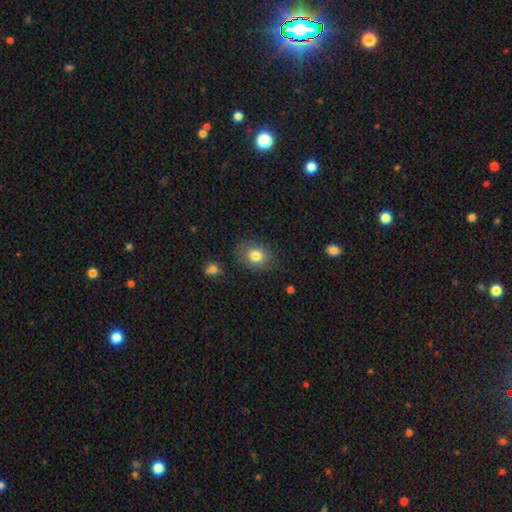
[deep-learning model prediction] smooth 80%, featured or disk 11%, star or artifact 10%. Down the decision tree: how rounded — in between (54%); merging — none (81%).